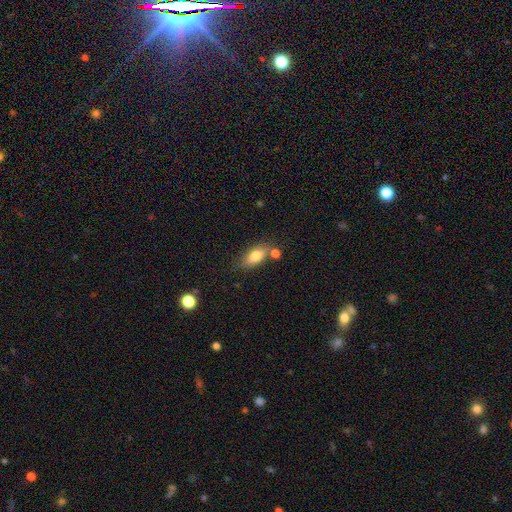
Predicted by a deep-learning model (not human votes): Smooth or featured: smooth — 74% (featured or disk — 18%)
How rounded: in between — 80% (cigar-shaped — 16%)
Merging: none — 68% (minor disturbance — 15%)